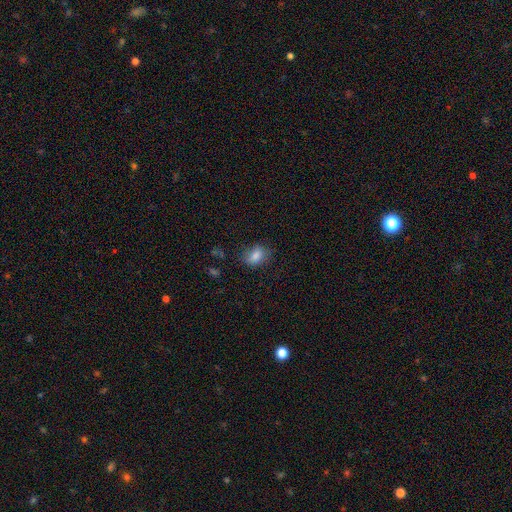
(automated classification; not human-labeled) This appears to be a smooth galaxy with no disk features (82%) that is in between round and cigar-shaped (77%). Merging: none (72%).